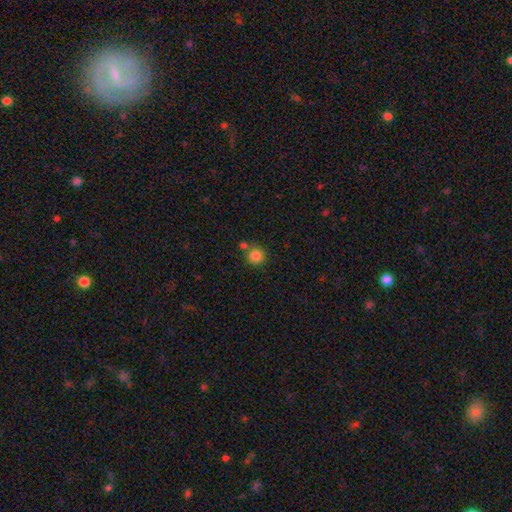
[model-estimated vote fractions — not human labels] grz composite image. It shows a smooth galaxy with no disk features (84%) that is round (92%). Merging: none (69%).